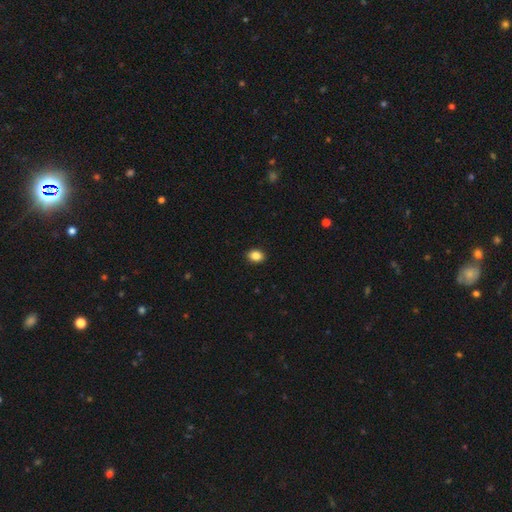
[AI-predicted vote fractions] Smooth or featured? smooth (87%)
How rounded? in between (63%)
Merging? none (91%)